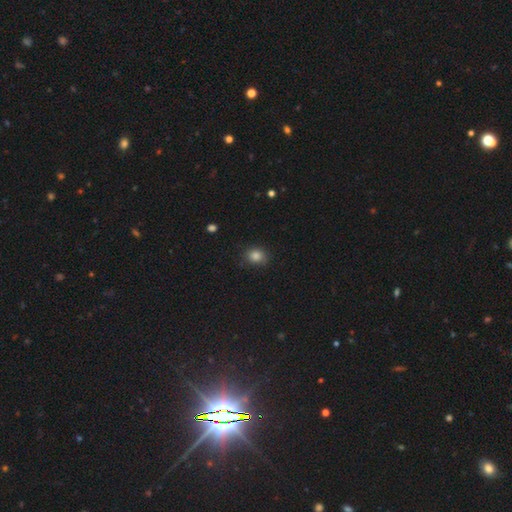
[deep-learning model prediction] Q: Smooth or featured?
A: smooth (84%); runner-up: star or artifact (11%)
Q: How rounded?
A: round (63%); runner-up: in between (36%)
Q: Merging?
A: none (83%); runner-up: minor disturbance (13%)